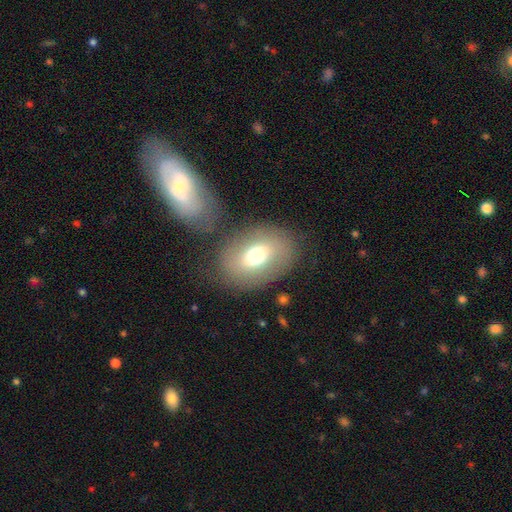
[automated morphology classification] This is likely a smooth galaxy (64%). How rounded: likely in between (70%). Merging: likely none (71%).